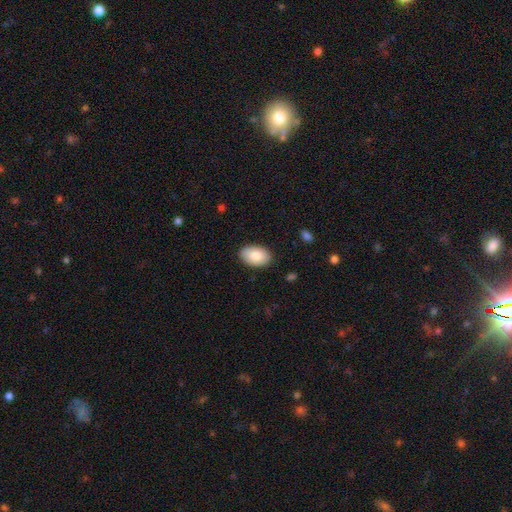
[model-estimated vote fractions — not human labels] smooth 84%, featured or disk 10%, star or artifact 6%. Down the decision tree: how rounded — in between (91%); merging — none (86%).